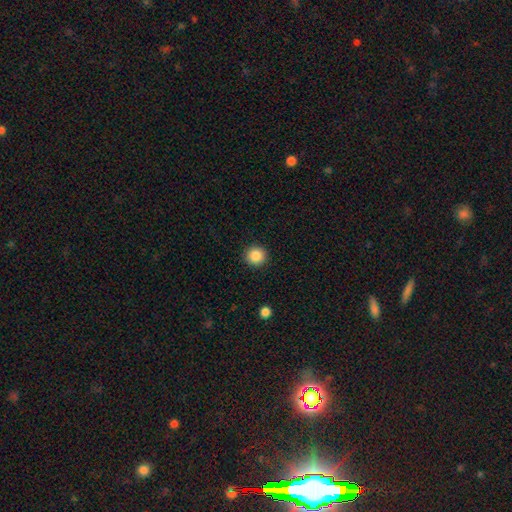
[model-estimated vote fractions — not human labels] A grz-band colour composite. It shows a smooth galaxy with no disk features (87%) that is round (94%). Merging: none (92%).